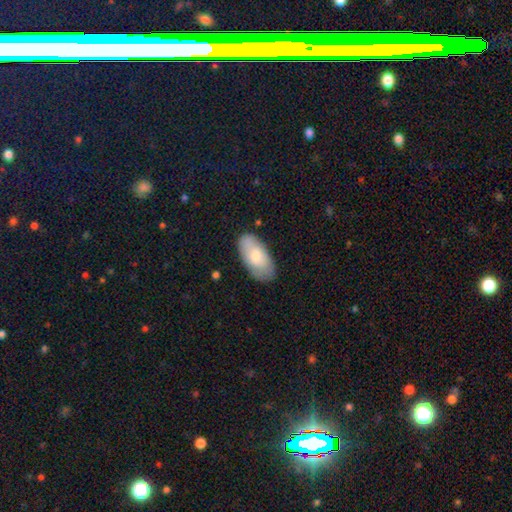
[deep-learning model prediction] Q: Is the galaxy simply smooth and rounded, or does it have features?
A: smooth — 72%.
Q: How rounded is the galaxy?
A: in between — 94%.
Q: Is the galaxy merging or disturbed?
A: none — 76%.